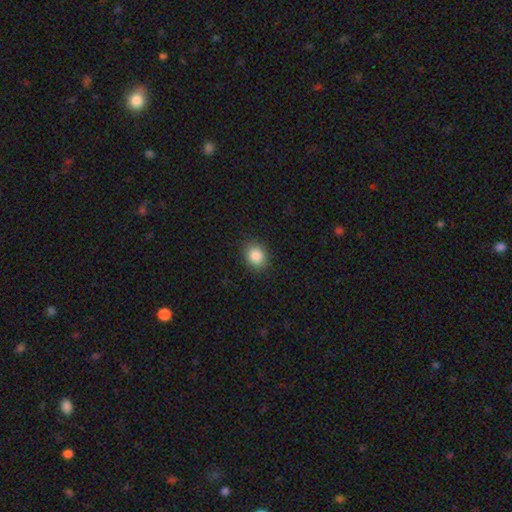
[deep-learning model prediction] smooth_or_featured: smooth (p=0.86) [alt: star or artifact p=0.09]
how_rounded: round (p=0.53) [alt: in between p=0.46]
merging: none (p=0.88) [alt: minor disturbance p=0.08]